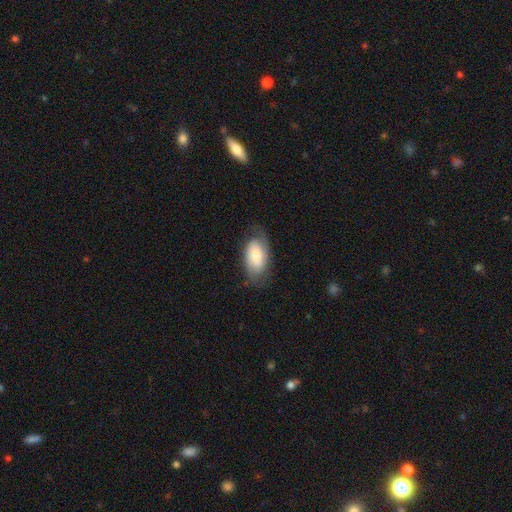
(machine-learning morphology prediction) This is likely a smooth galaxy (63%). How rounded: clearly in between (94%). Merging: likely none (62%).